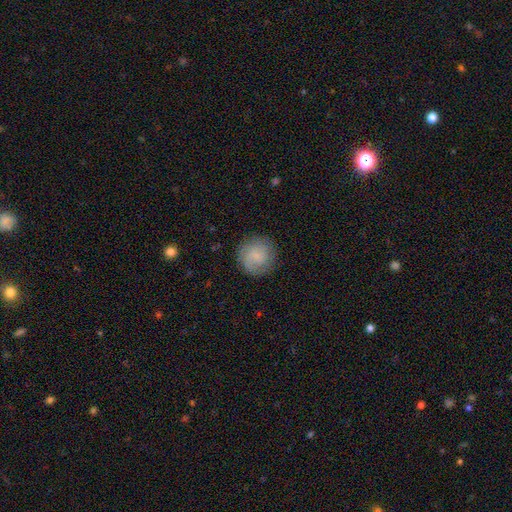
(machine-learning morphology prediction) smooth-or-featured: smooth: 72% | featured or disk: 20% | star or artifact: 7%
  how-rounded: round: 93% | in between: 6% | cigar-shaped: 1%
  merging: none: 83% | minor disturbance: 12% | major disturbance: 4% | merger: 1%